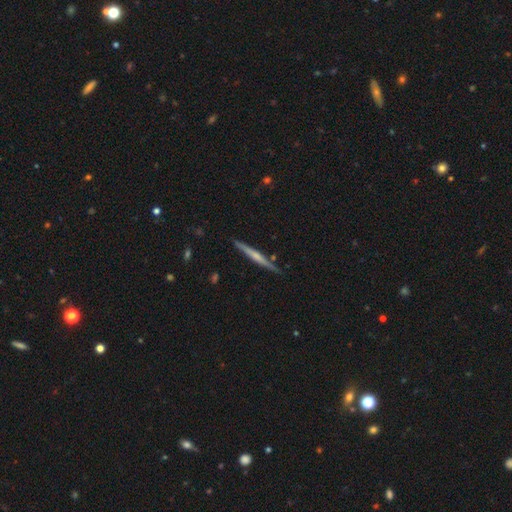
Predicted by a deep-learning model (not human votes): featured or disk 60%, smooth 34%, star or artifact 5%. Down the decision tree: edge-on disk — yes (97%); edge-on bulge — none (47%); merging — none (88%).